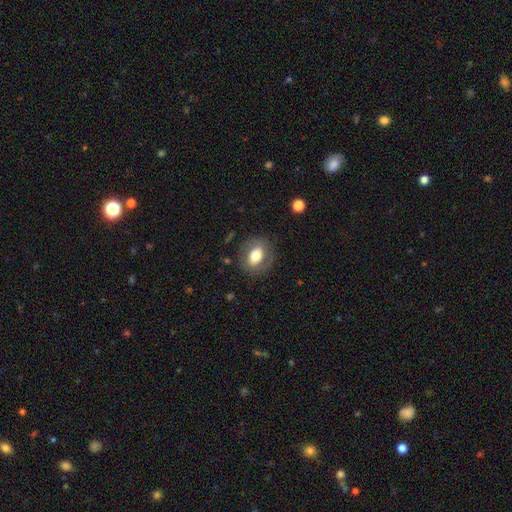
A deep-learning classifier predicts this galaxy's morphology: Smooth or featured? Predicted: smooth (p=0.63). How rounded? Predicted: in between (p=0.62). Merging? Predicted: none (p=0.79).